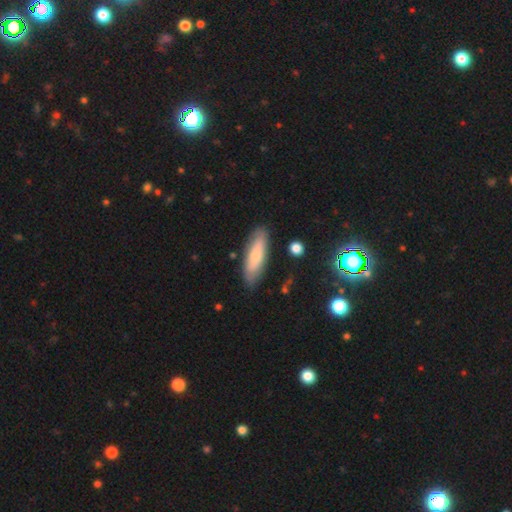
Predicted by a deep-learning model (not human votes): smooth_or_featured: smooth (p=0.71) [alt: featured or disk p=0.23]
how_rounded: cigar-shaped (p=0.52) [alt: in between p=0.46]
merging: none (p=0.84) [alt: minor disturbance p=0.11]